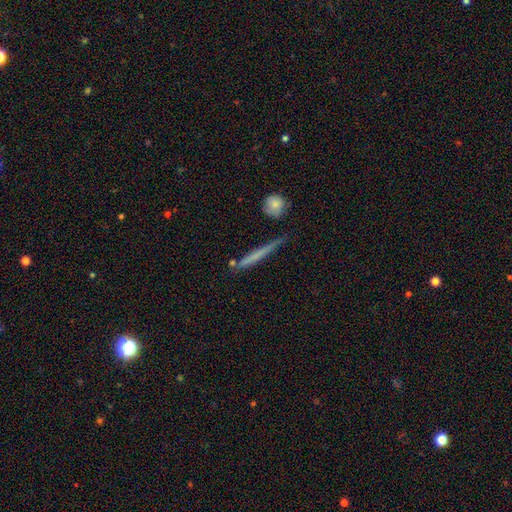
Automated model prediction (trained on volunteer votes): Smooth or featured?
  - smooth: 53% *
  - featured or disk: 39%
  - star or artifact: 8%
How rounded?
  - cigar-shaped: 95% *
  - in between: 3%
  - round: 2%
Merging?
  - none: 75% *
  - minor disturbance: 16%
  - merger: 5%
  - major disturbance: 4%